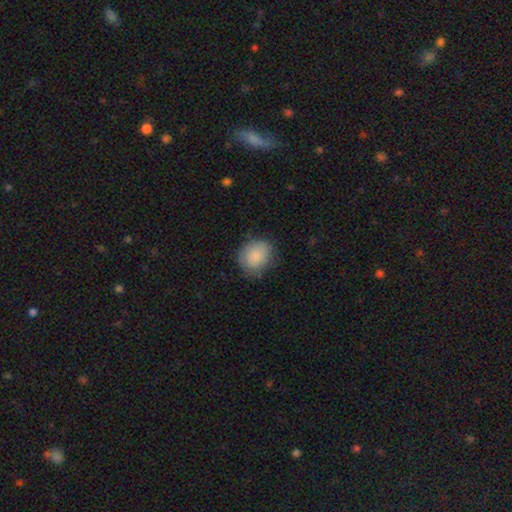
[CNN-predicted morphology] Smooth or featured? Predicted: smooth (p=0.86). How rounded? Predicted: round (p=0.66). Merging? Predicted: none (p=0.73).